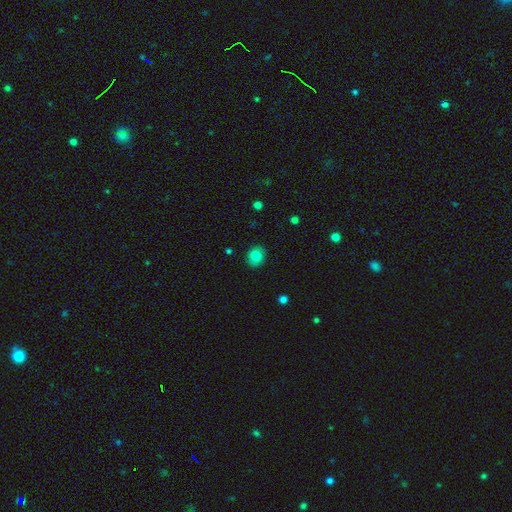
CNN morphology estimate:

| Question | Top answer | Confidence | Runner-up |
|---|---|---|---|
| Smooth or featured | smooth | 81% | featured or disk (10%) |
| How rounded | round | 73% | in between (26%) |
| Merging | none | 88% | minor disturbance (9%) |